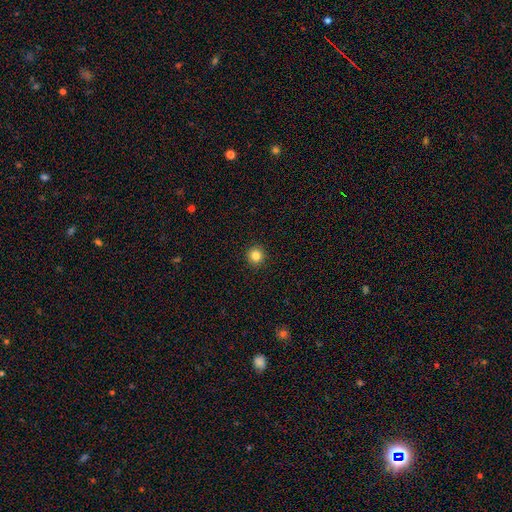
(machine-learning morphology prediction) This is clearly a smooth galaxy (84%). How rounded: clearly round (95%). Merging: clearly none (93%).